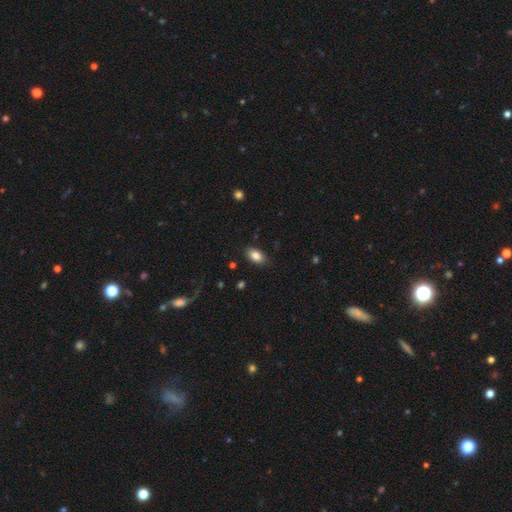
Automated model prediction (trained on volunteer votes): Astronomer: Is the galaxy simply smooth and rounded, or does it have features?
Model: smooth — 85%.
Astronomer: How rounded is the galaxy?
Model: in between — 89%.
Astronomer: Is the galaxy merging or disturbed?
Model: none — 85%.